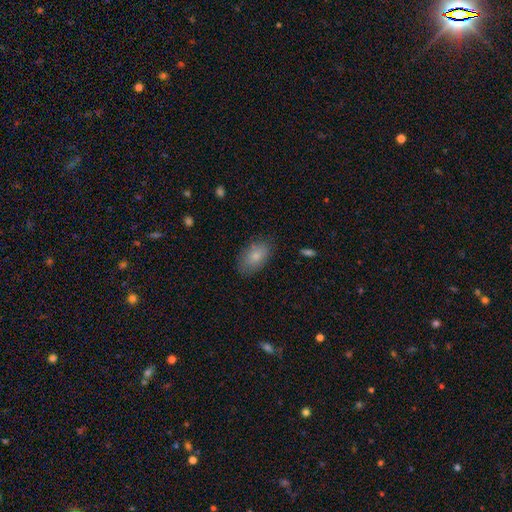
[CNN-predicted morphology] Overall: smooth (81%). How rounded: in between (92%). Merging: none (80%).